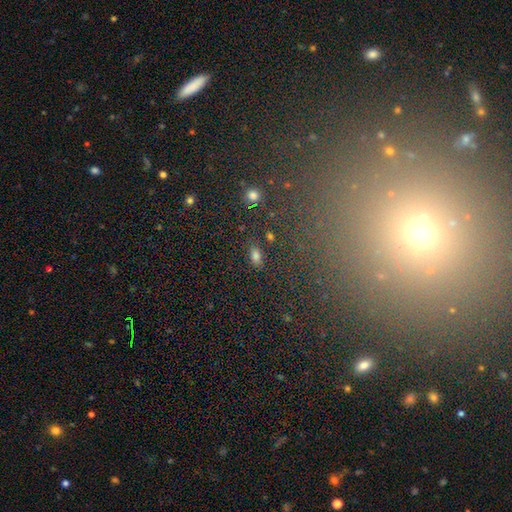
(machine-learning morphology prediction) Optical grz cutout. It shows a smooth galaxy with no disk features (78%) that is in between round and cigar-shaped (89%). Merging: none (83%).